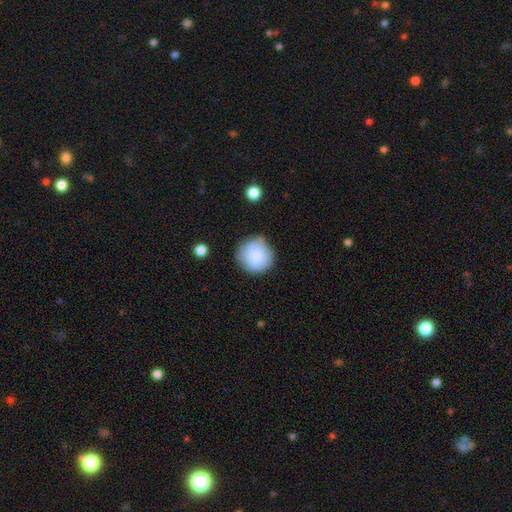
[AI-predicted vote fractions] smooth_or_featured: smooth (p=0.84) [alt: featured or disk p=0.09]
how_rounded: round (p=0.93) [alt: in between p=0.06]
merging: none (p=0.76) [alt: minor disturbance p=0.17]